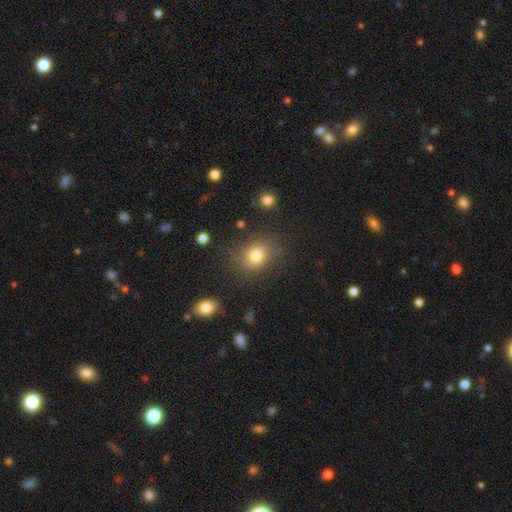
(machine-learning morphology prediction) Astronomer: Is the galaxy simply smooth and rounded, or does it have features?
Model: smooth — 79%.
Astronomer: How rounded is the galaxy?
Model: round — 57% (runner-up: in between, 42%).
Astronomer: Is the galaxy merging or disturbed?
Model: none — 80%.